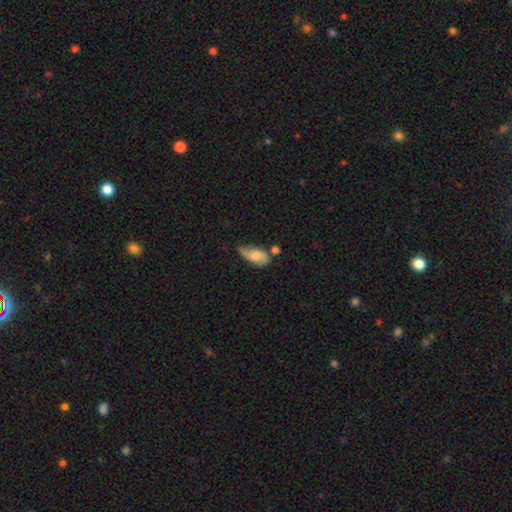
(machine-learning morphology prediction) type=smooth (63%); roundness=in between (87%); merging=none (42%).